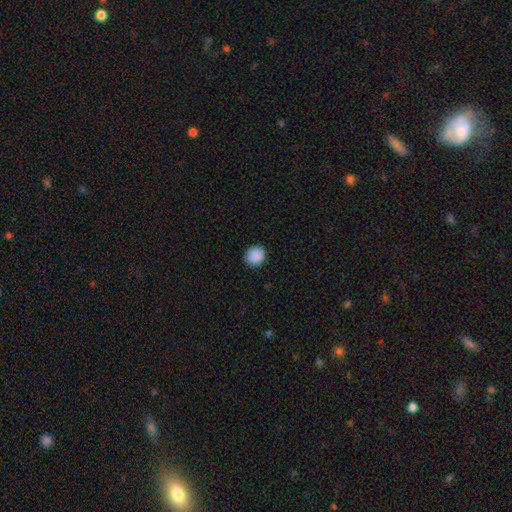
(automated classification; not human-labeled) smooth_or_featured: smooth (p=0.90) [alt: star or artifact p=0.08]
how_rounded: round (p=0.85) [alt: in between p=0.14]
merging: none (p=0.90) [alt: minor disturbance p=0.07]